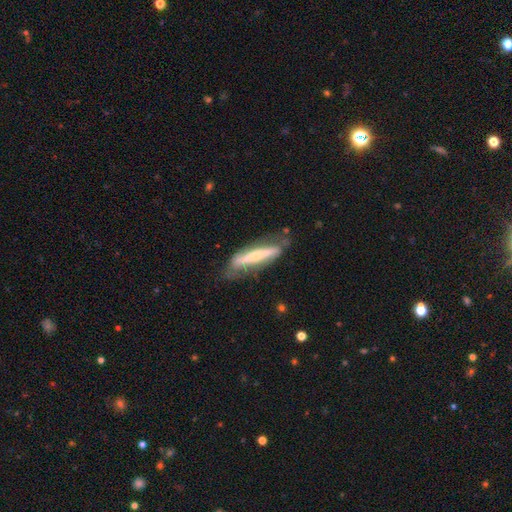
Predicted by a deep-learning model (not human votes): This is likely a featured or disk galaxy (61%). It is likely viewed edge-on (62%). Merging: likely none (63%).